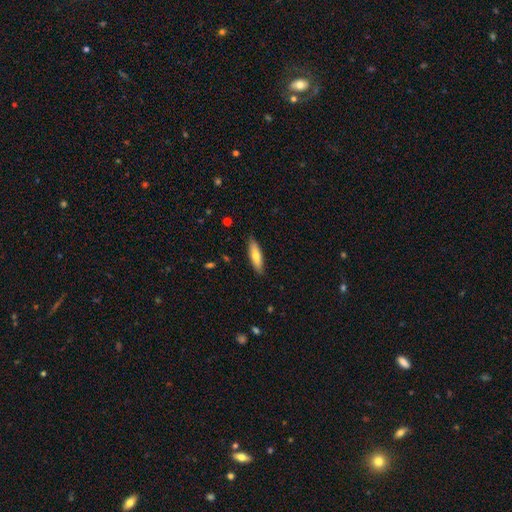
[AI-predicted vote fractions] A smooth galaxy with no disk features (72%) that is cigar-shaped (61%).

Vote fractions:
- Smooth or featured? smooth: 72% / featured or disk: 23% / star or artifact: 6%
- How rounded? cigar-shaped: 61% / in between: 37% / round: 2%
- Merging? none: 88% / minor disturbance: 9% / major disturbance: 2% / merger: 1%